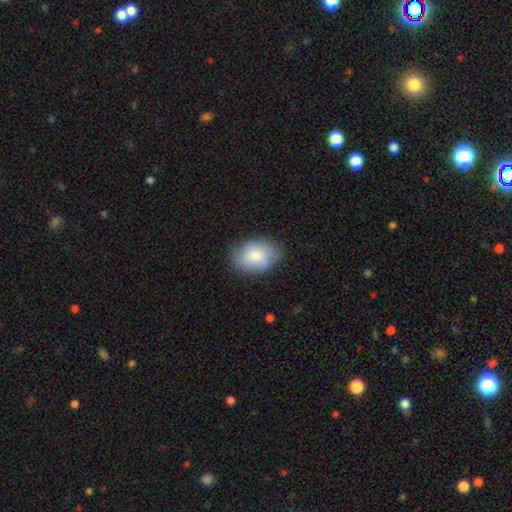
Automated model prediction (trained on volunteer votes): This is likely a smooth galaxy (78%). How rounded: likely in between (68%). Merging: likely none (75%).